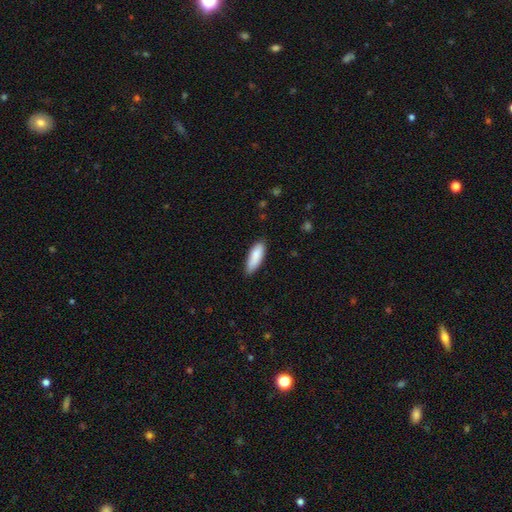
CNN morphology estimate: A smooth galaxy with no disk features (86%) that is in between round and cigar-shaped (62%).

Vote fractions:
- Smooth or featured? smooth: 86% / featured or disk: 8% / star or artifact: 6%
- How rounded? in between: 62% / cigar-shaped: 37% / round: 2%
- Merging? none: 80% / minor disturbance: 17% / major disturbance: 2% / merger: 1%